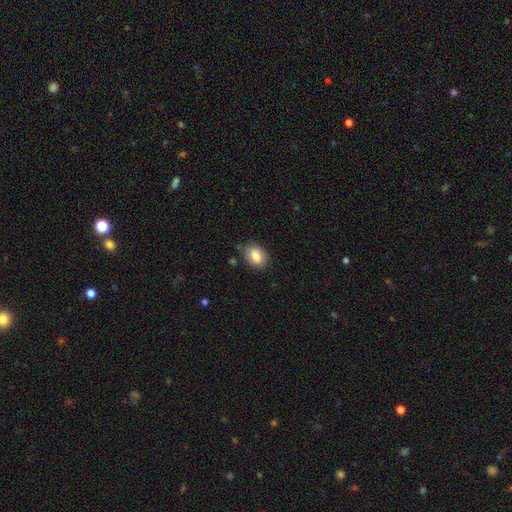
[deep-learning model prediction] This appears to be a smooth galaxy with no disk features (83%) that is in between round and cigar-shaped (71%). Merging: none (81%).